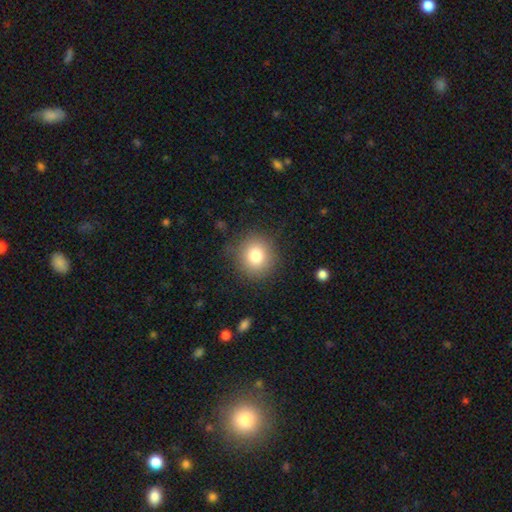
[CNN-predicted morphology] Smooth or featured?
  - smooth: 81% *
  - star or artifact: 10%
  - featured or disk: 9%
How rounded?
  - round: 89% *
  - in between: 10%
  - cigar-shaped: 1%
Merging?
  - none: 86% *
  - minor disturbance: 10%
  - major disturbance: 3%
  - merger: 1%